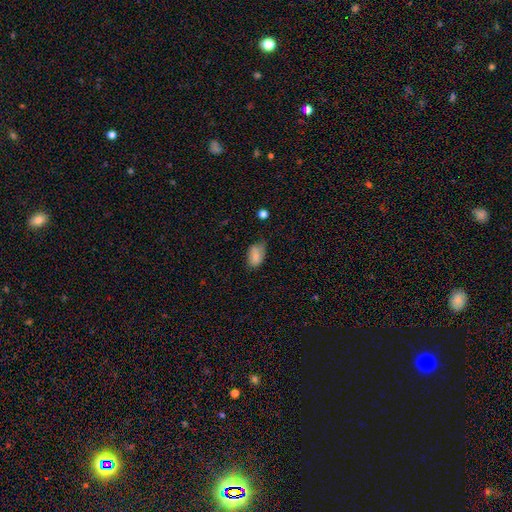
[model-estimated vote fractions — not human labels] Overall: smooth (79%). How rounded: in between (91%). Merging: none (53%; minor disturbance 36%).